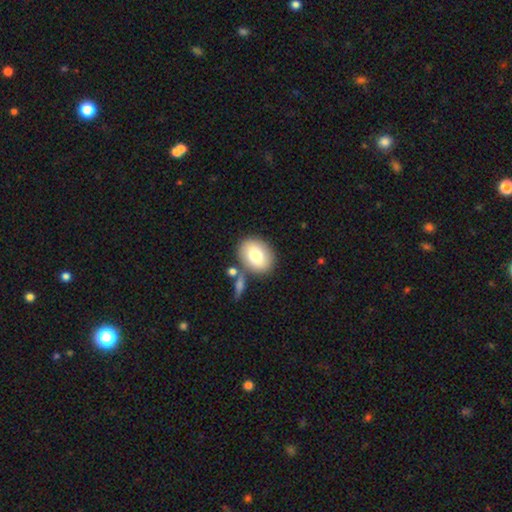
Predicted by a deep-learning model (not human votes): This is likely a smooth galaxy (75%). How rounded: likely in between (61%). Merging: likely none (76%).